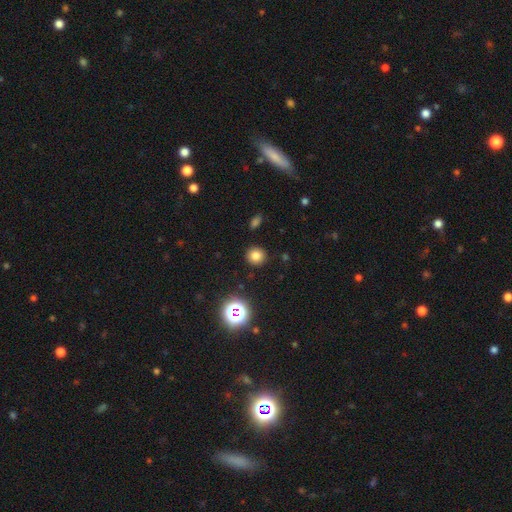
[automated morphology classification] A smooth galaxy with no disk features (78%) that is round (91%). Merging: none (90%).